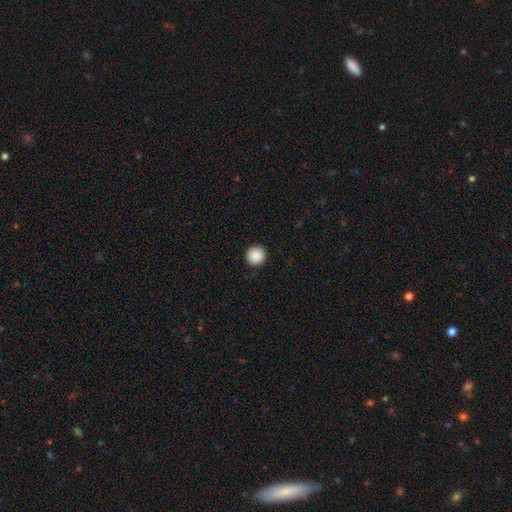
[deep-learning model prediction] Smooth or featured?
  - smooth: 89% *
  - star or artifact: 8%
  - featured or disk: 3%
How rounded?
  - round: 95% *
  - in between: 4%
  - cigar-shaped: 1%
Merging?
  - none: 93% *
  - minor disturbance: 5%
  - major disturbance: 2%
  - merger: 1%